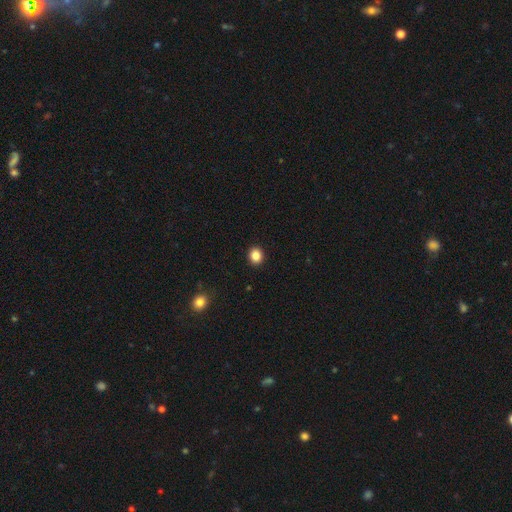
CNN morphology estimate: smooth 85%, star or artifact 11%, featured or disk 4%. Down the decision tree: how rounded — round (78%); merging — none (93%).